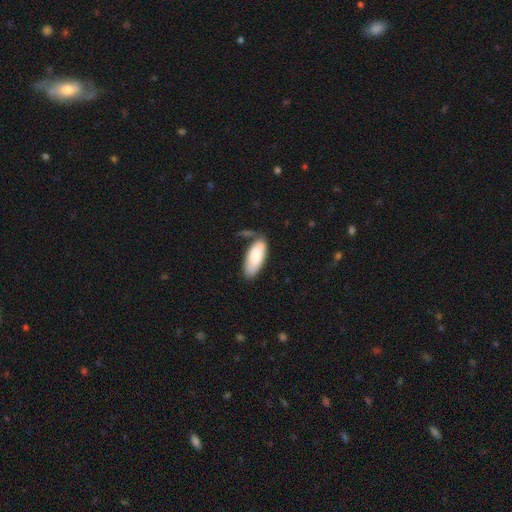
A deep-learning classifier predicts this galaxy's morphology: This appears to be a smooth galaxy with no disk features (82%) that is in between round and cigar-shaped (81%). Merging: none (59%).